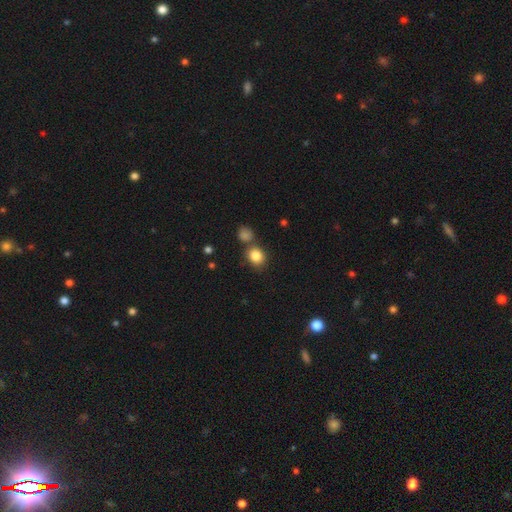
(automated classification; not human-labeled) A smooth galaxy with no disk features (85%) that is round (71%). Merging: none (65%).